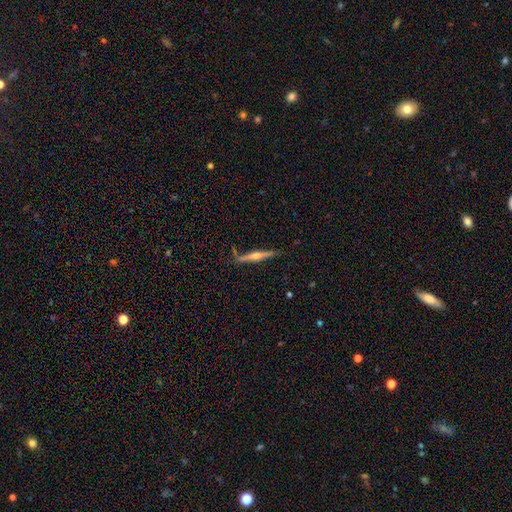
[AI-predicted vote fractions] Morphology: type=featured or disk (75%); edge-on=yes (97%); edge-on bulge=rounded (86%); merging=none (83%).